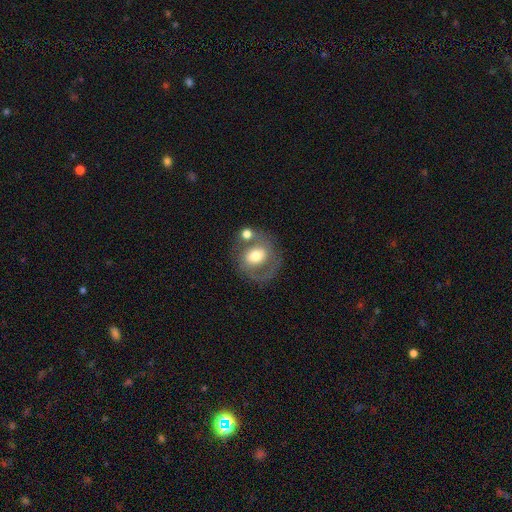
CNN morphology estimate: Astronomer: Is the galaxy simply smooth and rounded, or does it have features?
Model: featured or disk — 51% (runner-up: smooth, 41%).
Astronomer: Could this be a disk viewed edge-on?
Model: no — 96%.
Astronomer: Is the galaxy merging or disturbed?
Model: none — 52%.